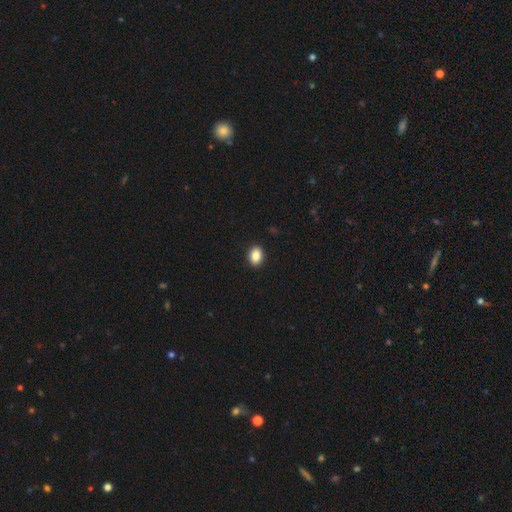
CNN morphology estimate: This appears to be a smooth galaxy with no disk features (88%) that is in between round and cigar-shaped (70%). Merging: none (92%).